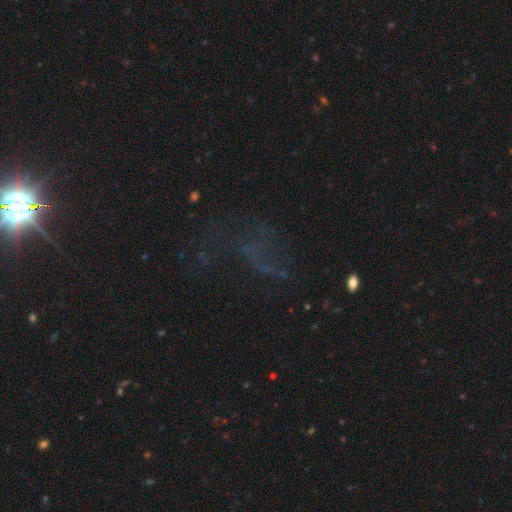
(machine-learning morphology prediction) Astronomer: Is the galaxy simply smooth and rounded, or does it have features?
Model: star or artifact — 47% (runner-up: featured or disk, 31%).